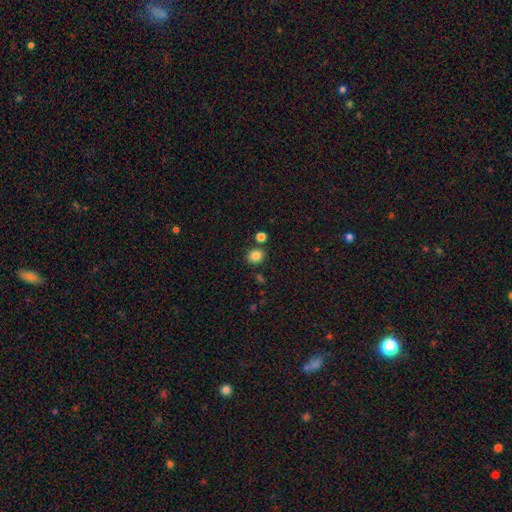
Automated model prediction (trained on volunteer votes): smooth-or-featured: smooth: 84% | star or artifact: 11% | featured or disk: 5%
  how-rounded: round: 72% | in between: 28% | cigar-shaped: 1%
  merging: none: 81% | minor disturbance: 9% | merger: 8% | major disturbance: 3%